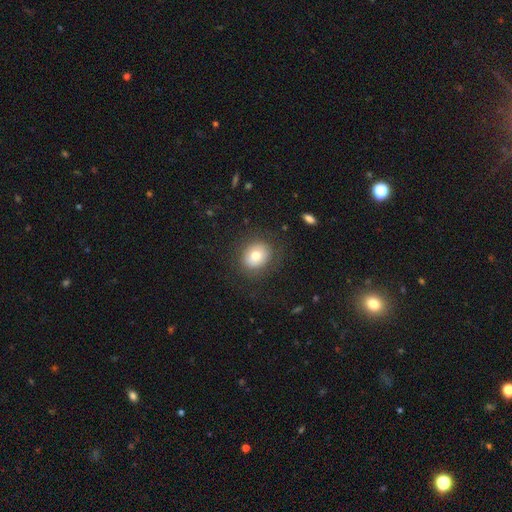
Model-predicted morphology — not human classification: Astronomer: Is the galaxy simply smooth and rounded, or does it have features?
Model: smooth — 76%.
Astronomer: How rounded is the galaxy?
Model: round — 66%.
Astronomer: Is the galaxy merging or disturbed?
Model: none — 81%.